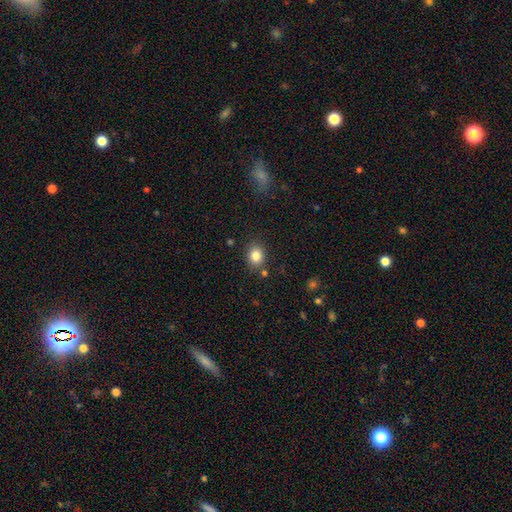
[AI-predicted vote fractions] Smooth or featured? smooth (83%)
How rounded? round (63%)
Merging? none (82%)